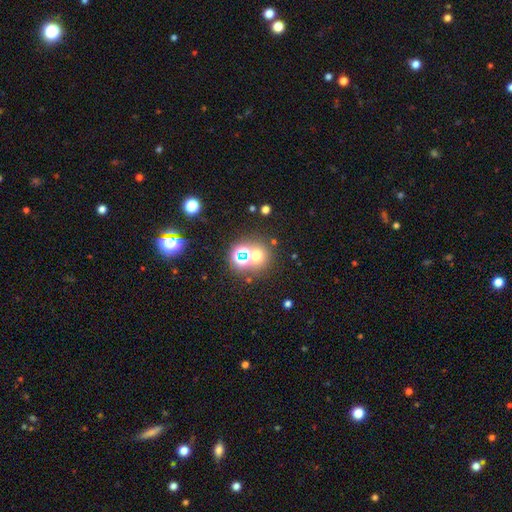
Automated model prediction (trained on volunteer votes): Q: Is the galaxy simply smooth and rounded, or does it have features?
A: smooth — 52%.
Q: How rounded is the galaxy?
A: round — 87%.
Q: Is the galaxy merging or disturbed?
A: none — 65%.